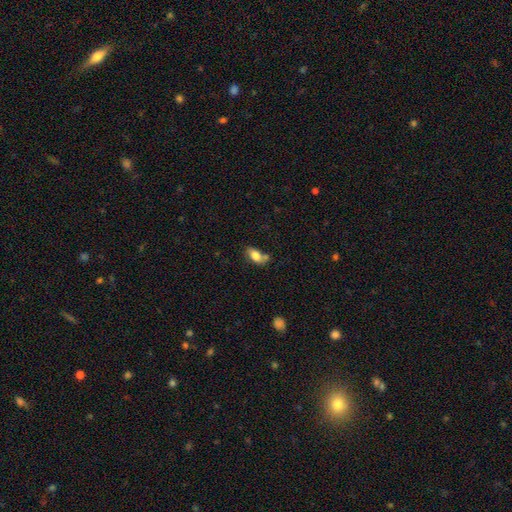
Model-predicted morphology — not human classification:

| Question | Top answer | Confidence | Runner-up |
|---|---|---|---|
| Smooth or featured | smooth | 78% | featured or disk (14%) |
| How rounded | in between | 88% | cigar-shaped (6%) |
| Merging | none | 50% | minor disturbance (23%) |